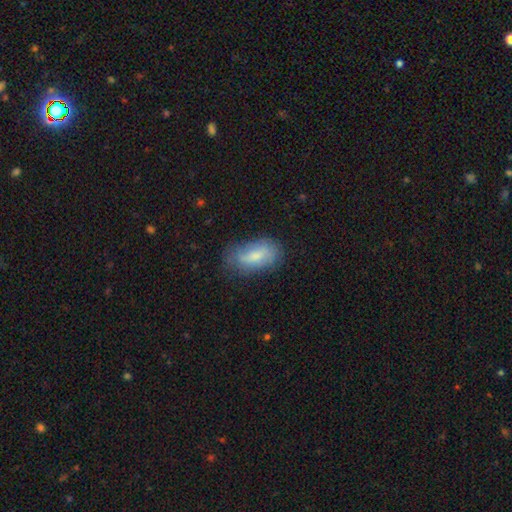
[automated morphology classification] type=smooth (69%); roundness=in between (90%); merging=none (62%).